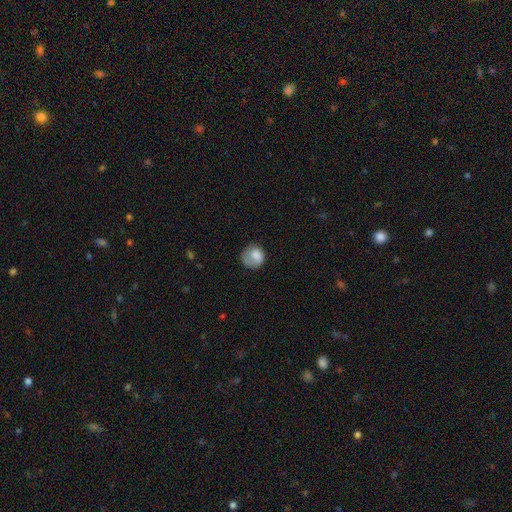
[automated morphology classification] A smooth galaxy with no disk features (73%) that is round (77%).

Vote fractions:
- Smooth or featured? smooth: 73% / featured or disk: 20% / star or artifact: 7%
- How rounded? round: 77% / in between: 22% / cigar-shaped: 1%
- Merging? none: 50% / minor disturbance: 25% / major disturbance: 22% / merger: 2%